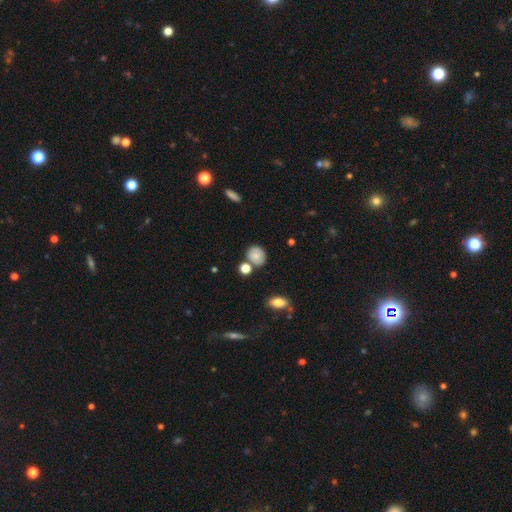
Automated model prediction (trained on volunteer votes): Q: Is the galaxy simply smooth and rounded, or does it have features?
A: smooth — 78%.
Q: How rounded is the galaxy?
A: round — 65%.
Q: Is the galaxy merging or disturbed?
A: none — 67%.